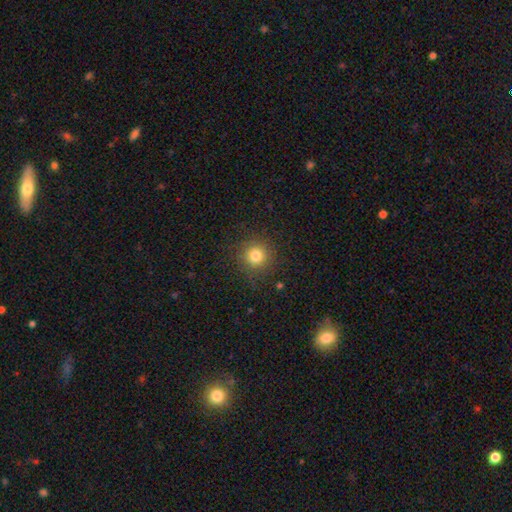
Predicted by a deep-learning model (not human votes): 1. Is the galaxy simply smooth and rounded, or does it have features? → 79% smooth, 14% star or artifact, 7% featured or disk.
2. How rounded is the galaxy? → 94% round, 5% in between, 1% cigar-shaped.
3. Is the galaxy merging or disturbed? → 89% none, 7% minor disturbance, 3% major disturbance, 1% merger.